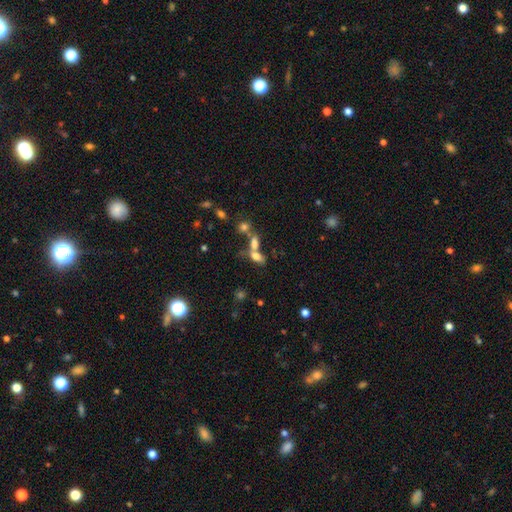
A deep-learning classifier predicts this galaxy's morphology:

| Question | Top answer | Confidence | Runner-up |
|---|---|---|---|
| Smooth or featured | smooth | 68% | featured or disk (17%) |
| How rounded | in between | 75% | cigar-shaped (14%) |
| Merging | merger | 47% | none (35%) |